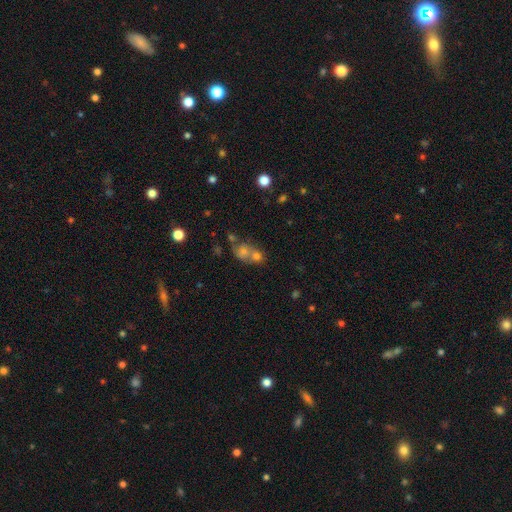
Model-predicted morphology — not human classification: A smooth galaxy with no disk features (64%) that is round (63%). Merging: merger (59%).